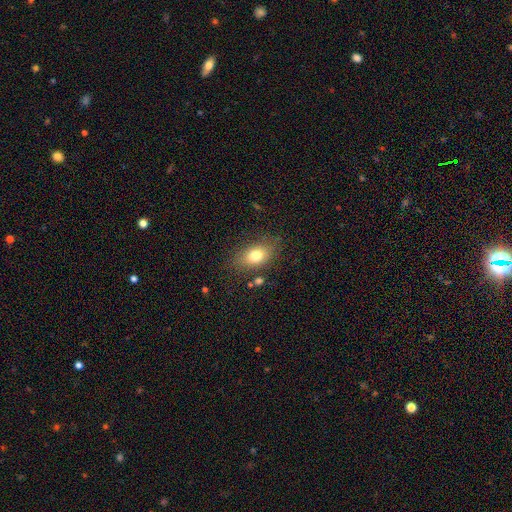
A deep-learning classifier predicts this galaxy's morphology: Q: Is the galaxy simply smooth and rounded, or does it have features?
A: smooth — 76%.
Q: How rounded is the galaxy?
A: in between — 82%.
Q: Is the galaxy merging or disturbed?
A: none — 77%.